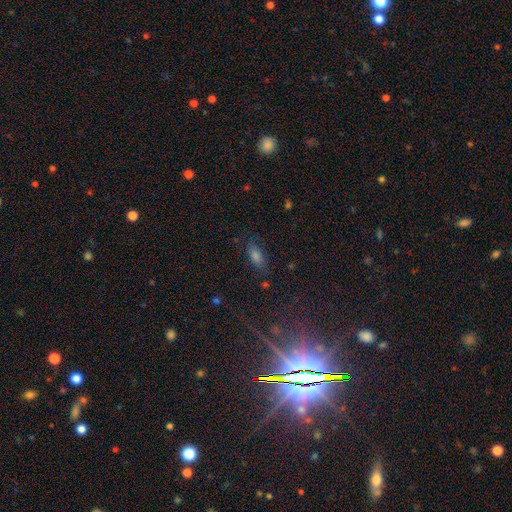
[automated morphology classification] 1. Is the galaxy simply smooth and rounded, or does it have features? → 58% smooth, 26% star or artifact, 16% featured or disk.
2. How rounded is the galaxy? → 77% in between, 17% cigar-shaped, 6% round.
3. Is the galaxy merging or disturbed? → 77% none, 15% minor disturbance, 5% major disturbance, 2% merger.